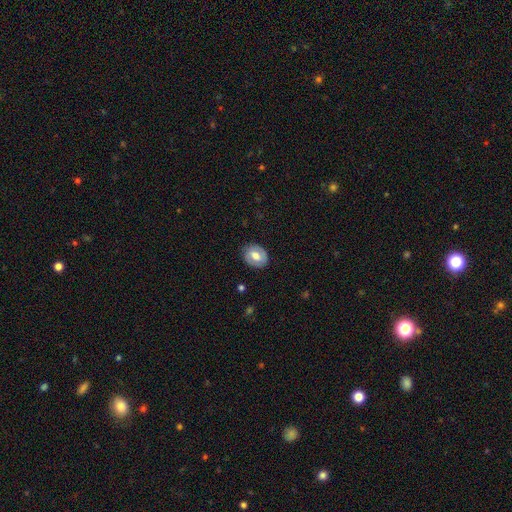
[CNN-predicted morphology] Smooth or featured? smooth (47%)
Merging? none (82%)